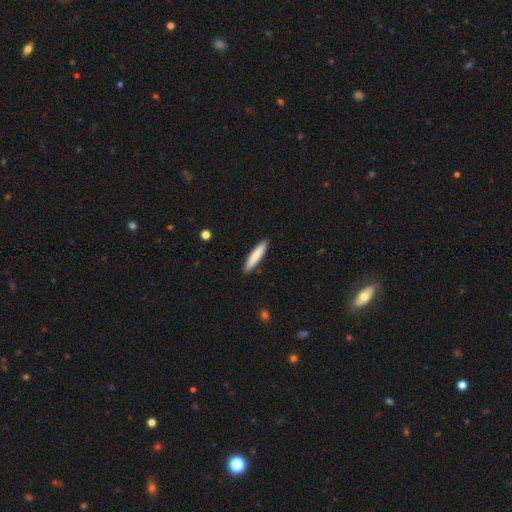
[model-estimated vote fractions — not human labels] Smooth or featured: smooth — 82% (featured or disk — 13%)
How rounded: cigar-shaped — 87% (in between — 12%)
Merging: none — 91% (minor disturbance — 7%)